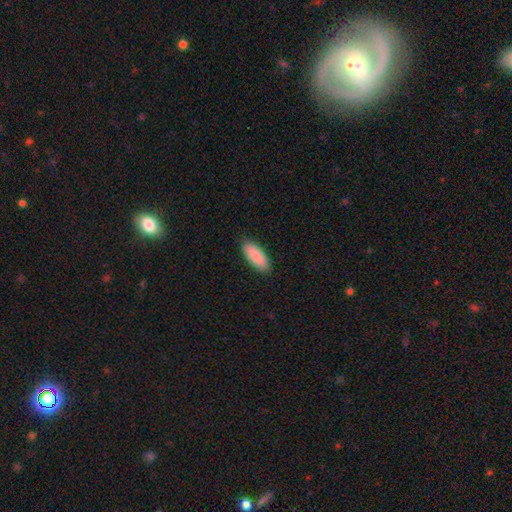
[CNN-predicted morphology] smooth 89%, star or artifact 5%, featured or disk 5%. Down the decision tree: how rounded — in between (78%); merging — none (89%).